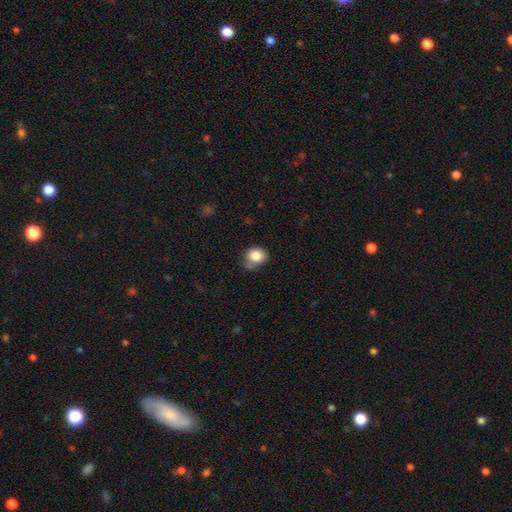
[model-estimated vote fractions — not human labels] Overall: smooth (84%). How rounded: round (67%; in between 32%). Merging: none (56%; minor disturbance 30%).